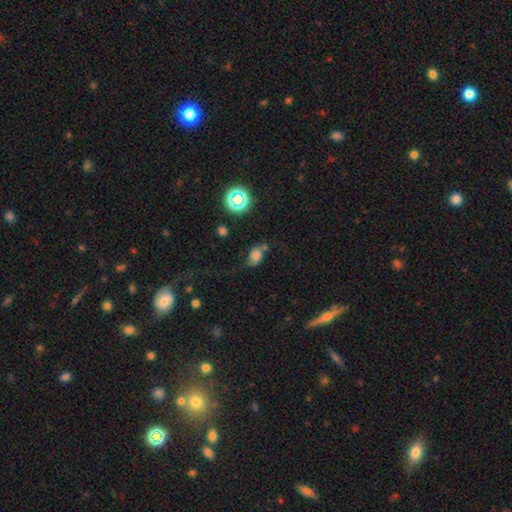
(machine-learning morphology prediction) Overall: smooth (59%; featured or disk 21%). How rounded: in between (76%). Merging: none (45%; minor disturbance 27%).